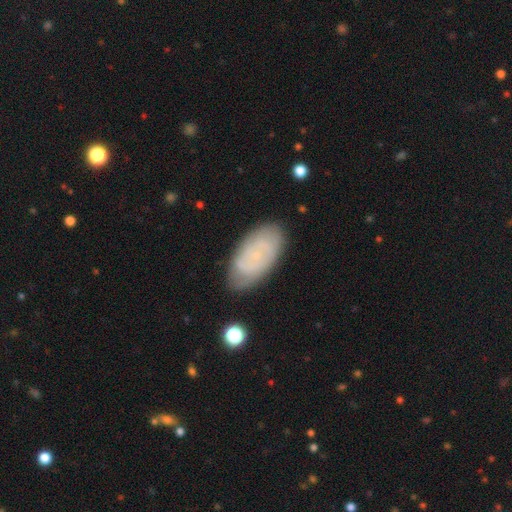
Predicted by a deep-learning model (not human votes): Overall: featured or disk (51%; smooth 41%). Edge-on disk: no (94%). Merging: none (78%).